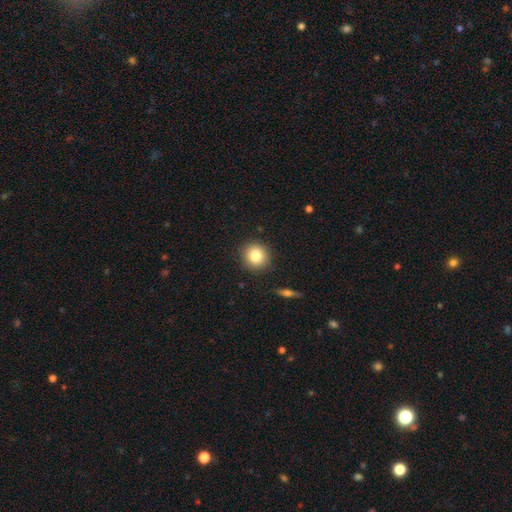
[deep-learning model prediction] A smooth galaxy with no disk features (83%) that is round (92%). Merging: none (90%).